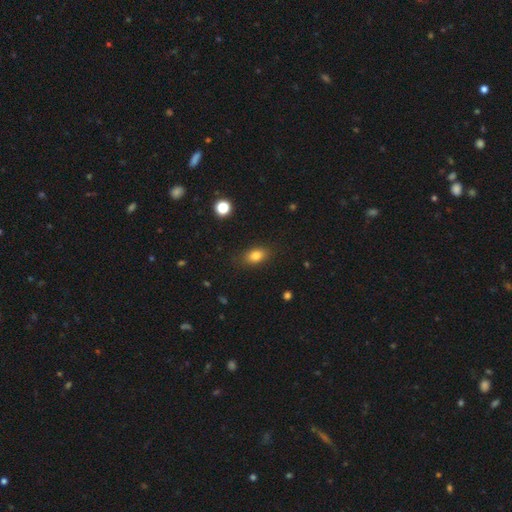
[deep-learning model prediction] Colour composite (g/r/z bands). It shows a smooth galaxy with no disk features (81%) that is in between round and cigar-shaped (82%). Merging: none (84%).